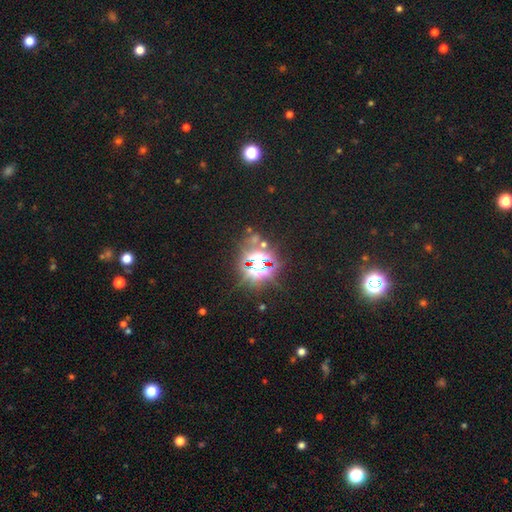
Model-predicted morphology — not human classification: This is likely a star or artifact rather than a galaxy (70%).